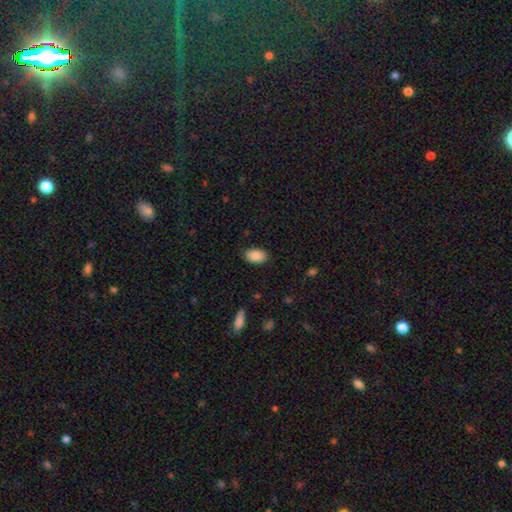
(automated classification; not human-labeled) Smooth or featured? smooth (87%)
How rounded? in between (92%)
Merging? none (86%)